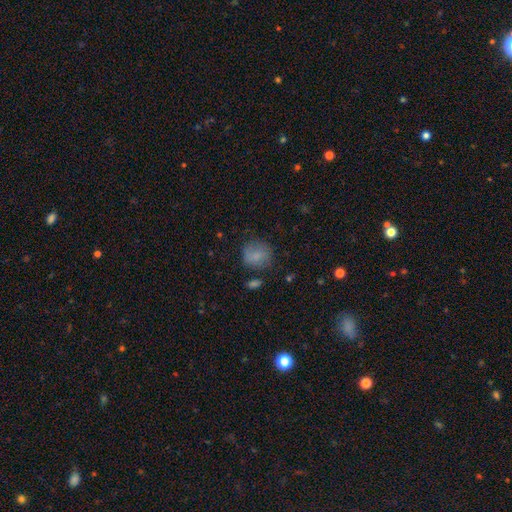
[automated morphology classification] Smooth or featured: smooth — 78% (featured or disk — 12%)
How rounded: round — 77% (in between — 21%)
Merging: none — 68% (minor disturbance — 21%)